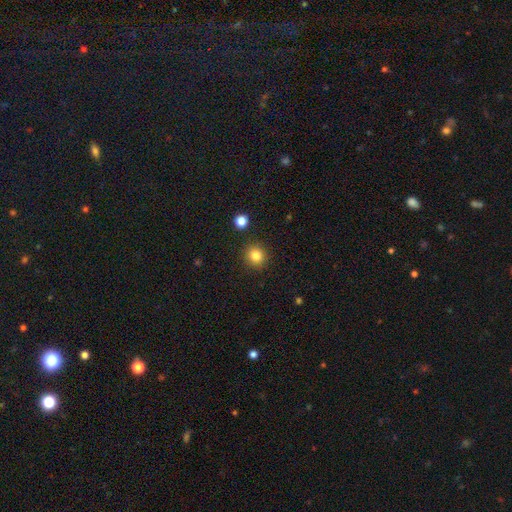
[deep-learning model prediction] This is clearly a smooth galaxy (83%). How rounded: clearly round (90%). Merging: clearly none (90%).